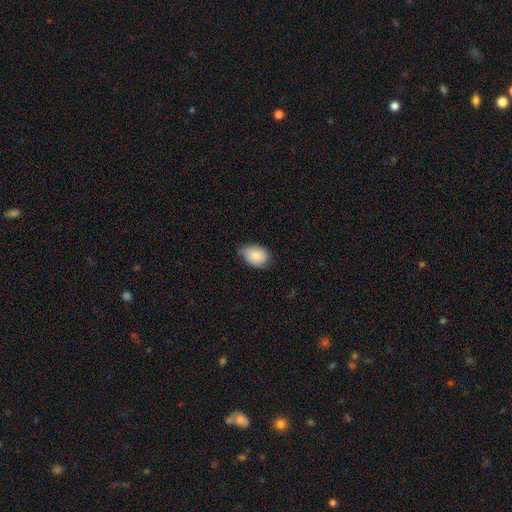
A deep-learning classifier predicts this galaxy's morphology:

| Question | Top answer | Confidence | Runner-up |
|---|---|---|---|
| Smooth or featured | smooth | 84% | featured or disk (9%) |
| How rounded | in between | 75% | round (24%) |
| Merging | none | 59% | minor disturbance (36%) |